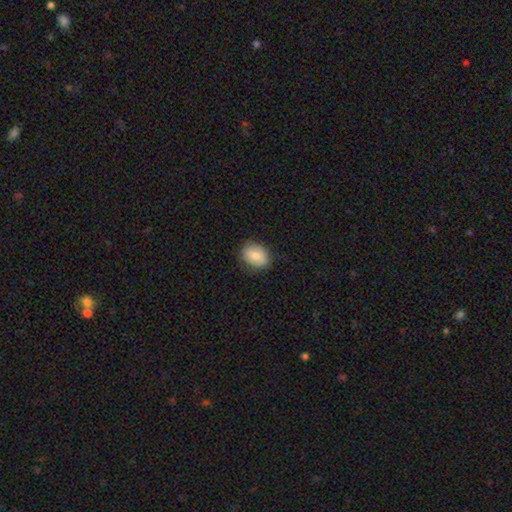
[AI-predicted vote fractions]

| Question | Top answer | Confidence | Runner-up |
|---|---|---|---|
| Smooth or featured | smooth | 78% | featured or disk (15%) |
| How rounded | in between | 61% | round (38%) |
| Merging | none | 80% | minor disturbance (16%) |